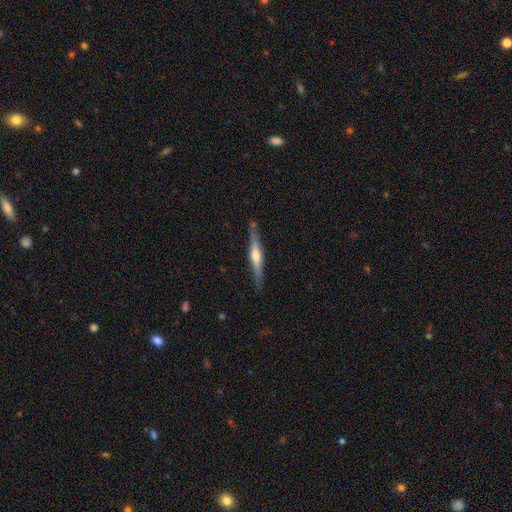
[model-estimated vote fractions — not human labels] Morphology: type=featured or disk (63%); edge-on=yes (96%); edge-on bulge=rounded (80%); merging=none (84%).